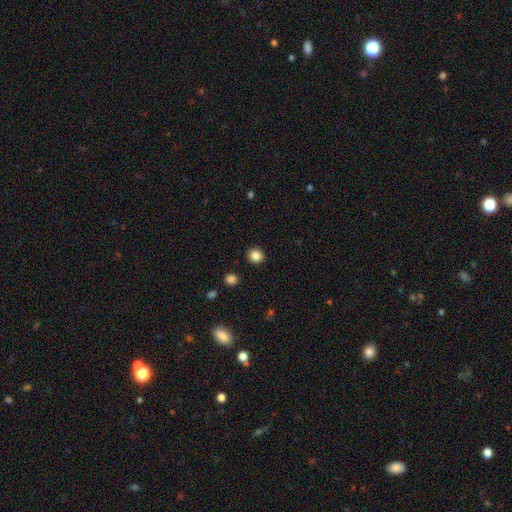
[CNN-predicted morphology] A smooth galaxy with no disk features (85%) that is round (89%). Merging: none (92%).